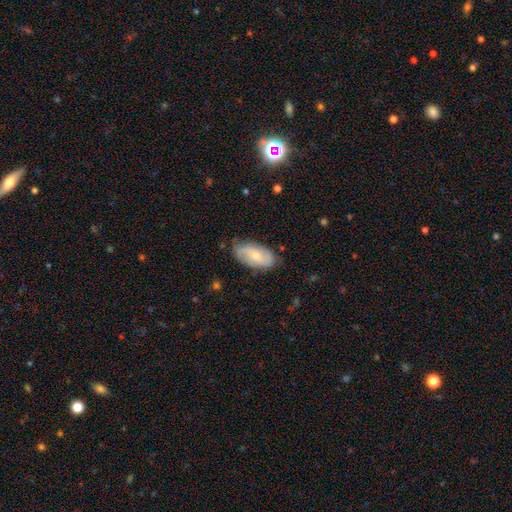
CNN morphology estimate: Smooth or featured?
  - featured or disk: 49% *
  - smooth: 44%
  - star or artifact: 6%
Merging?
  - none: 73% *
  - minor disturbance: 21%
  - major disturbance: 5%
  - merger: 1%